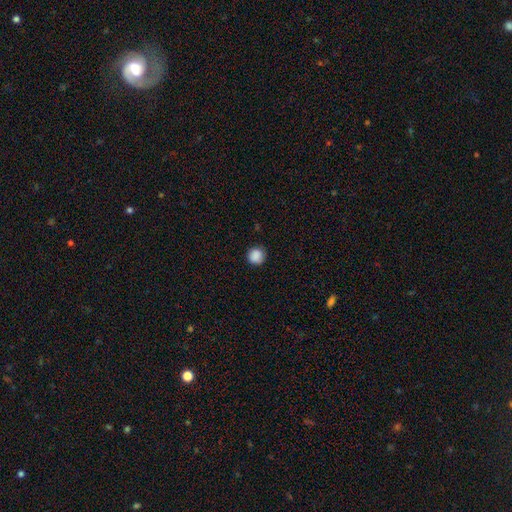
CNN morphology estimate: This appears to be a smooth galaxy with no disk features (88%) that is round (94%). Merging: none (90%).